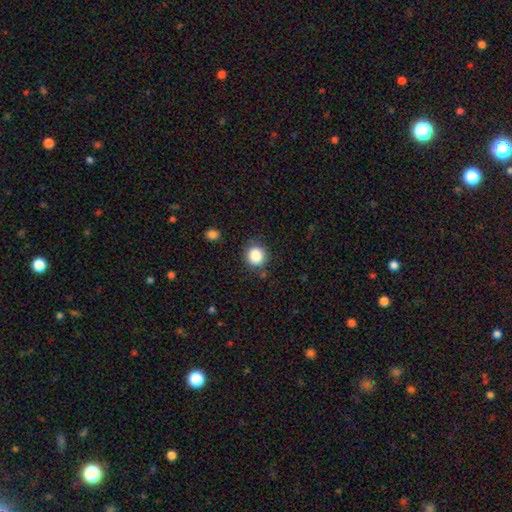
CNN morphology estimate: The model was most divided on "merging": none: 84%, minor disturbance: 10%, major disturbance: 3%, merger: 3%. More confident: how rounded — round (89%); smooth or featured — smooth (86%).